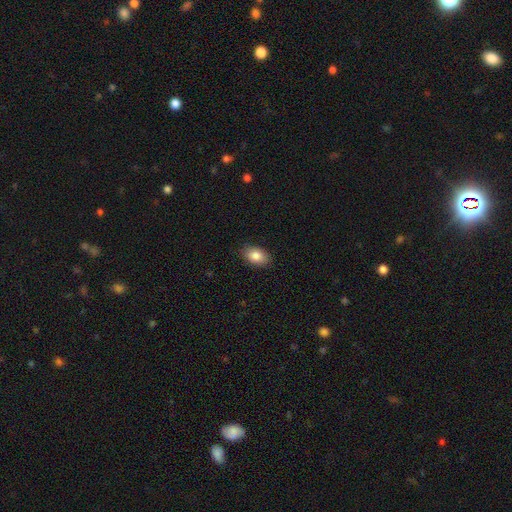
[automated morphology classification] A smooth galaxy with no disk features (86%) that is in between round and cigar-shaped (88%).

Vote fractions:
- Smooth or featured? smooth: 86% / star or artifact: 7% / featured or disk: 7%
- How rounded? in between: 88% / round: 11% / cigar-shaped: 1%
- Merging? none: 87% / minor disturbance: 10% / major disturbance: 2% / merger: 1%